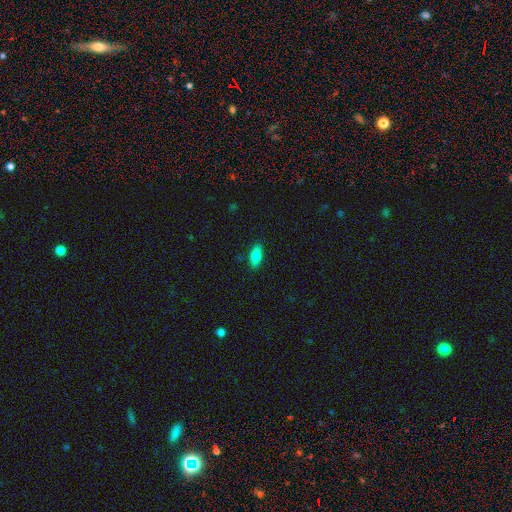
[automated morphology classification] Smooth or featured?
  - smooth: 82% *
  - featured or disk: 10%
  - star or artifact: 7%
How rounded?
  - in between: 81% *
  - cigar-shaped: 17%
  - round: 2%
Merging?
  - none: 87% *
  - minor disturbance: 10%
  - major disturbance: 2%
  - merger: 1%